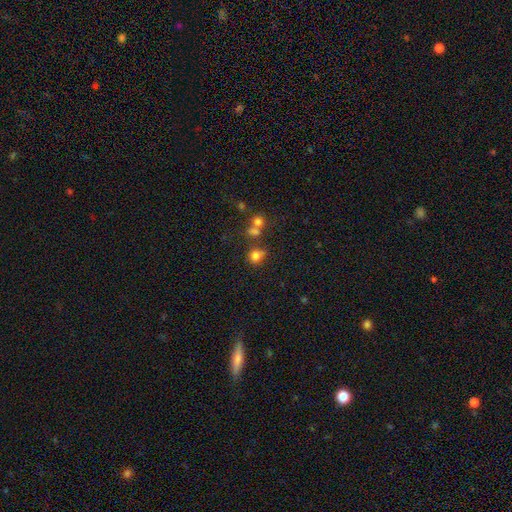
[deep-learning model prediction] Smooth or featured?
  - smooth: 76% *
  - star or artifact: 16%
  - featured or disk: 8%
How rounded?
  - round: 77% *
  - in between: 22%
  - cigar-shaped: 1%
Merging?
  - none: 61% *
  - merger: 20%
  - minor disturbance: 14%
  - major disturbance: 6%